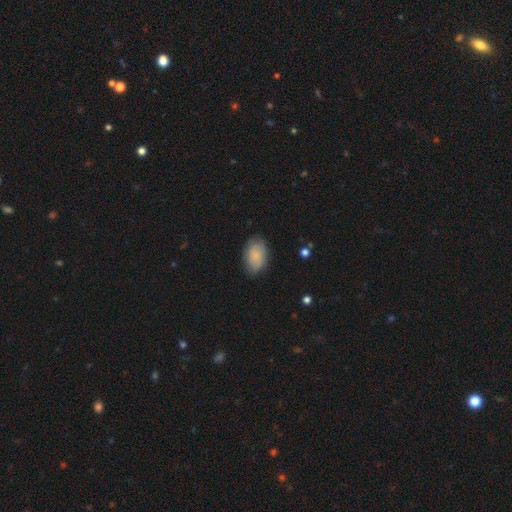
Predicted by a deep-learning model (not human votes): This appears to be a smooth galaxy with no disk features (84%) that is in between round and cigar-shaped (88%). Merging: none (78%).